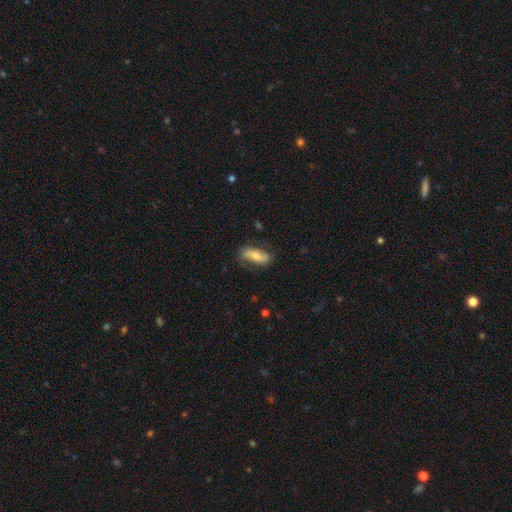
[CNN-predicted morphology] smooth 51%, featured or disk 42%, star or artifact 7%. Down the decision tree: how rounded — in between (76%); merging — none (69%).